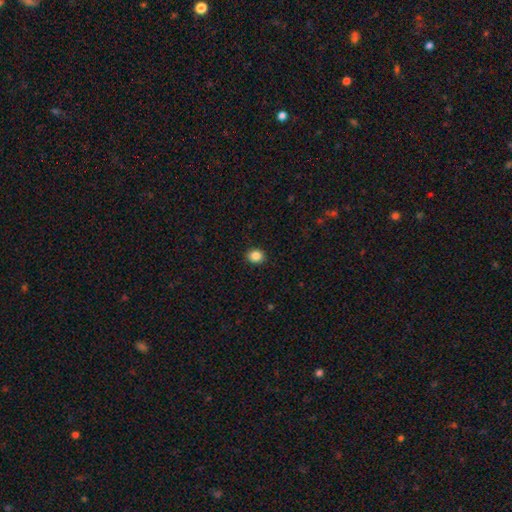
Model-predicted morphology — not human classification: This appears to be a smooth galaxy with no disk features (86%) that is round (68%). Merging: none (91%).